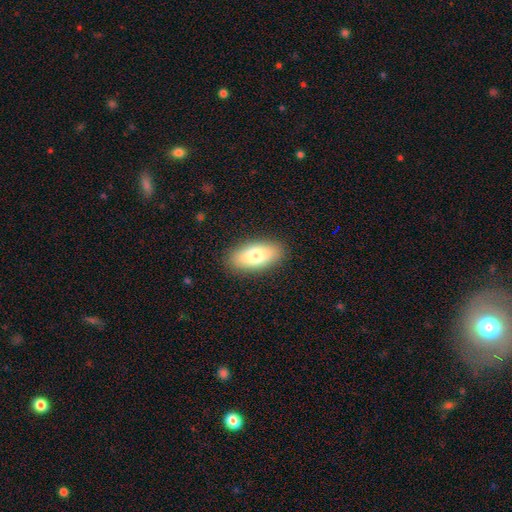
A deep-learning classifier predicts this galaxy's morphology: Overall: smooth (79%). How rounded: in between (90%). Merging: none (88%).